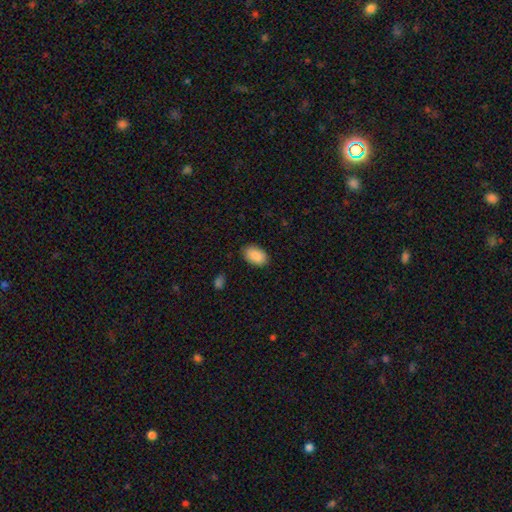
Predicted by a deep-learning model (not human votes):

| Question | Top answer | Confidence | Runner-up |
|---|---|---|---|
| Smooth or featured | smooth | 90% | star or artifact (7%) |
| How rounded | in between | 91% | round (8%) |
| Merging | none | 86% | minor disturbance (11%) |